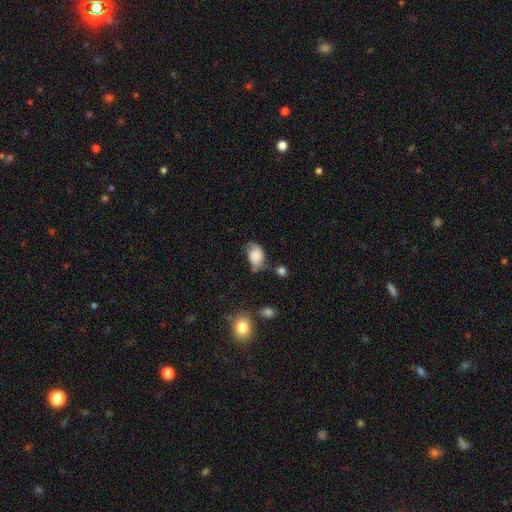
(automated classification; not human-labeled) A smooth galaxy with no disk features (77%) that is in between round and cigar-shaped (79%).

Vote fractions:
- Smooth or featured? smooth: 77% / featured or disk: 14% / star or artifact: 9%
- How rounded? in between: 79% / round: 20% / cigar-shaped: 1%
- Merging? minor disturbance: 40% / none: 35% / major disturbance: 19% / merger: 7%